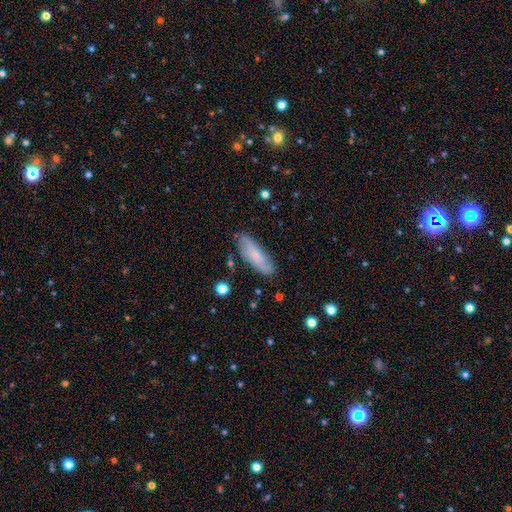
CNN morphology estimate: smooth_or_featured: smooth (p=0.52) [alt: featured or disk p=0.41]
how_rounded: in between (p=0.57) [alt: cigar-shaped p=0.41]
merging: none (p=0.78) [alt: minor disturbance p=0.17]